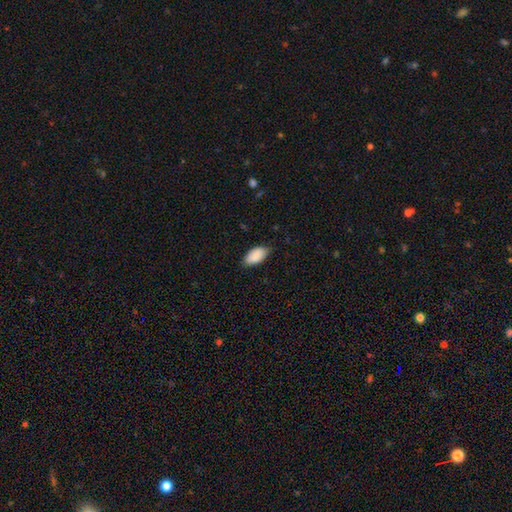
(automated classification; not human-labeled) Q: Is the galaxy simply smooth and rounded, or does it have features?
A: smooth — 90%.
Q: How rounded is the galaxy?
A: in between — 95%.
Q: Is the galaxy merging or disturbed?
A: none — 81%.